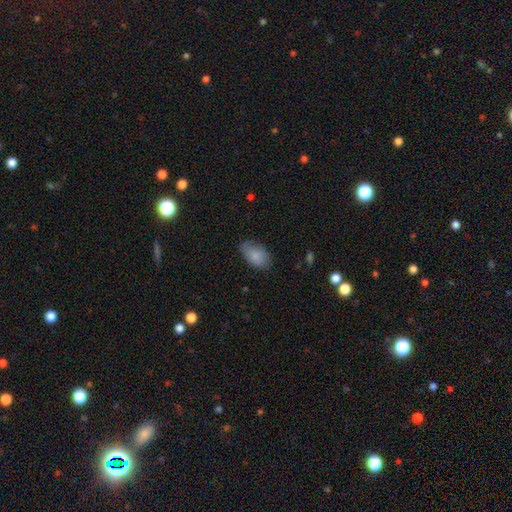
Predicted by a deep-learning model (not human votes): This appears to be a smooth galaxy with no disk features (82%) that is in between round and cigar-shaped (92%). Merging: none (68%).